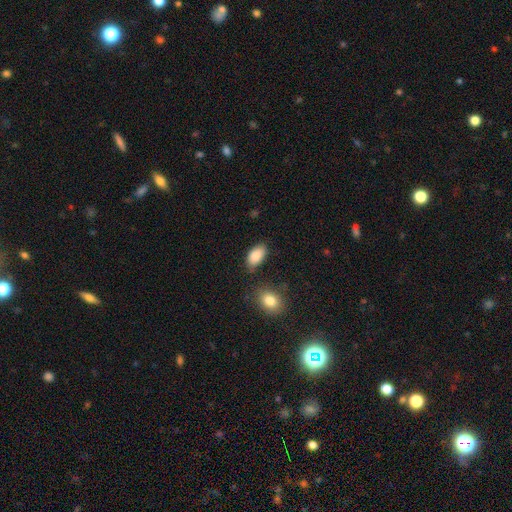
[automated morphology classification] A smooth galaxy with no disk features (88%) that is in between round and cigar-shaped (94%).

Vote fractions:
- Smooth or featured? smooth: 88% / star or artifact: 7% / featured or disk: 5%
- How rounded? in between: 94% / round: 4% / cigar-shaped: 2%
- Merging? none: 75% / minor disturbance: 17% / merger: 5% / major disturbance: 4%